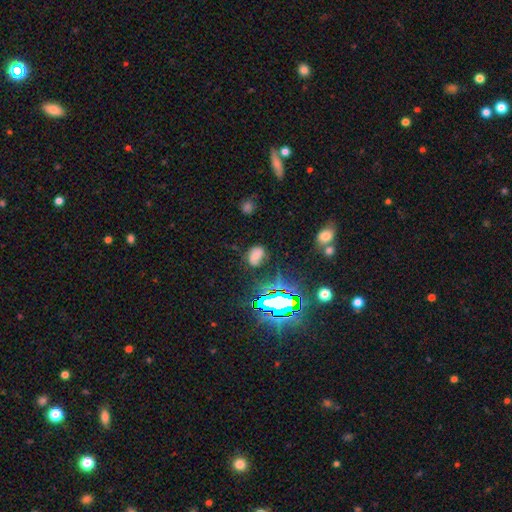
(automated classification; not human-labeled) The model was most divided on "smooth or featured": smooth: 55%, star or artifact: 26%, featured or disk: 18%. More confident: how rounded — in between (77%); merging — none (68%).